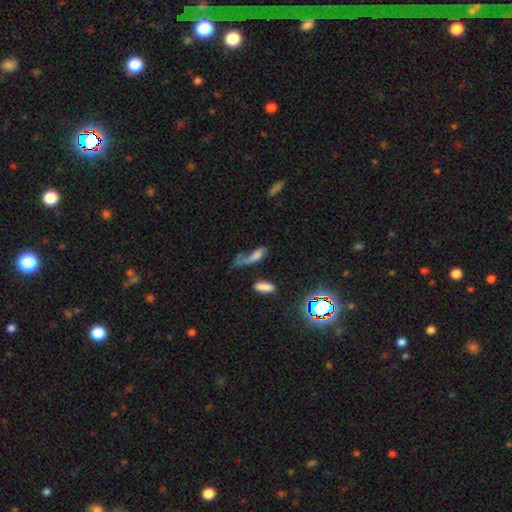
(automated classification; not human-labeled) smooth-or-featured: smooth: 57% | featured or disk: 25% | star or artifact: 19%
  how-rounded: in between: 53% | cigar-shaped: 41% | round: 6%
  merging: major disturbance: 30% (tied) | none: 30% (tied) | merger: 22% | minor disturbance: 18%